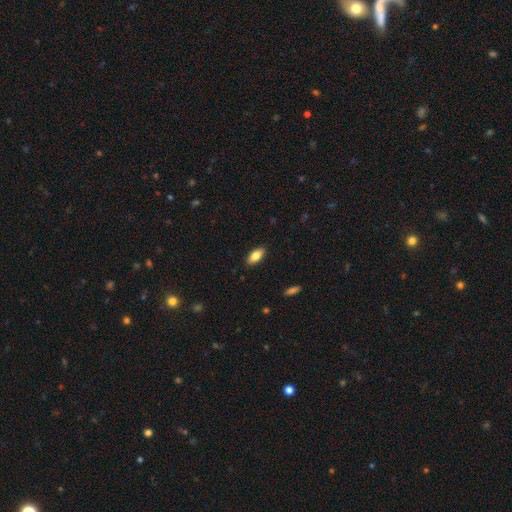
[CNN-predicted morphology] Overall: smooth (81%). How rounded: in between (88%). Merging: none (88%).